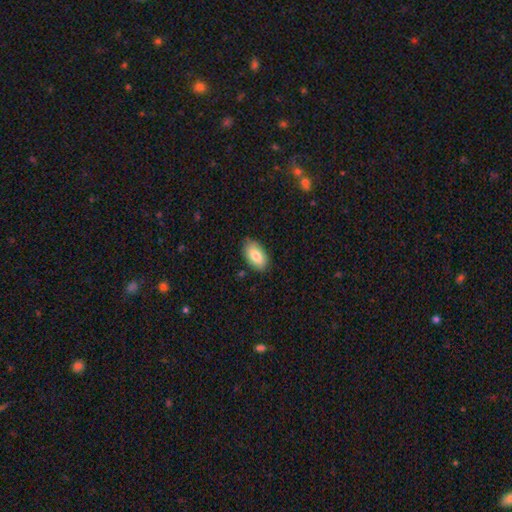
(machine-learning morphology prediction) A smooth galaxy with no disk features (83%) that is in between round and cigar-shaped (94%).

Vote fractions:
- Smooth or featured? smooth: 83% / featured or disk: 11% / star or artifact: 6%
- How rounded? in between: 94% / round: 4% / cigar-shaped: 2%
- Merging? none: 84% / minor disturbance: 12% / major disturbance: 2% / merger: 1%